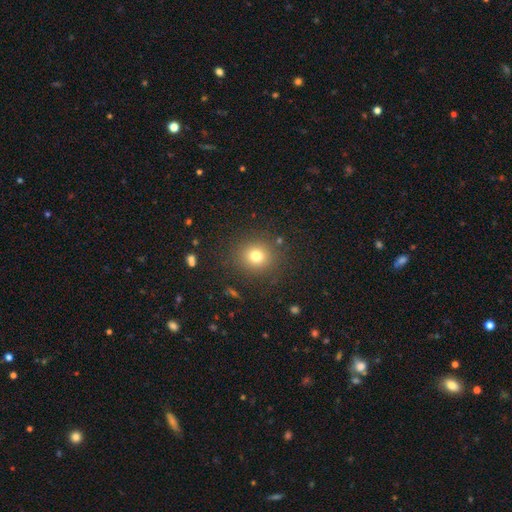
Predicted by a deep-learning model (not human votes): smooth 77%, star or artifact 15%, featured or disk 9%. Down the decision tree: how rounded — round (86%); merging — none (87%).